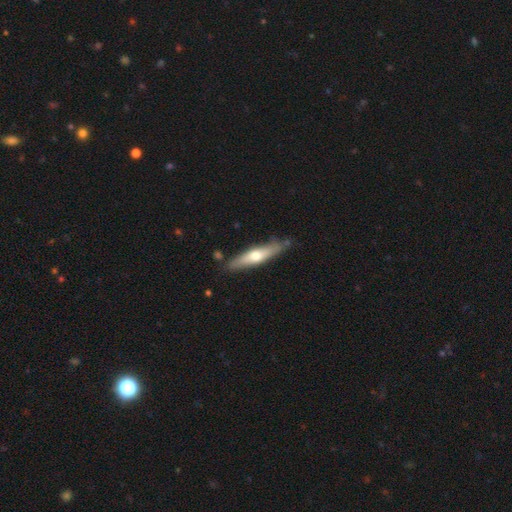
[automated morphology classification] Q: Smooth or featured?
A: smooth (48%); runner-up: featured or disk (47%)
Q: Merging?
A: none (81%); runner-up: minor disturbance (13%)